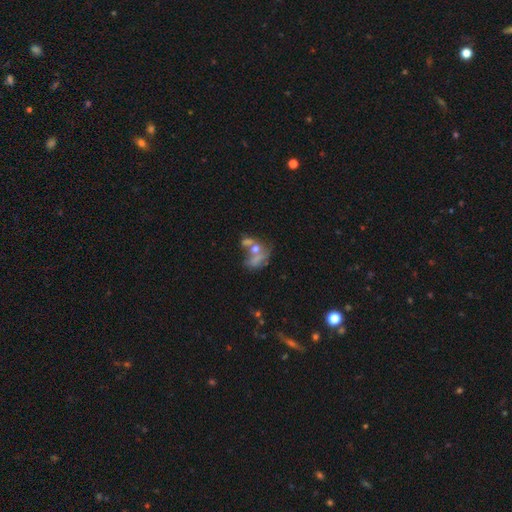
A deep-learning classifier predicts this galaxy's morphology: Smooth or featured? Predicted: smooth (p=0.38). Merging? Predicted: merger (p=0.47).